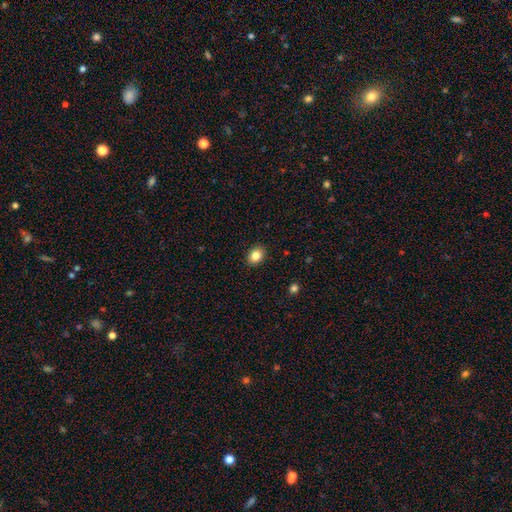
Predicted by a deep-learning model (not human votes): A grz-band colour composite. It shows a smooth galaxy with no disk features (85%) that is in between round and cigar-shaped (58%). Merging: none (90%).